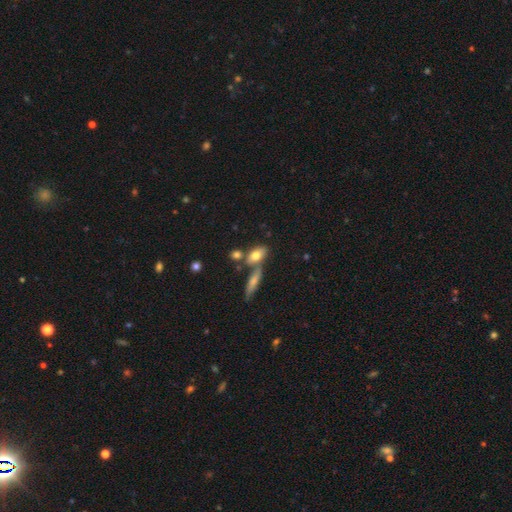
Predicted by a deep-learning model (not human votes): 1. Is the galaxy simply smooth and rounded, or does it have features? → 73% smooth, 19% featured or disk, 8% star or artifact.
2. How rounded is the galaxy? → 78% in between, 14% cigar-shaped, 8% round.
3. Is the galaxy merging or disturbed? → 50% none, 33% merger, 12% minor disturbance, 5% major disturbance.